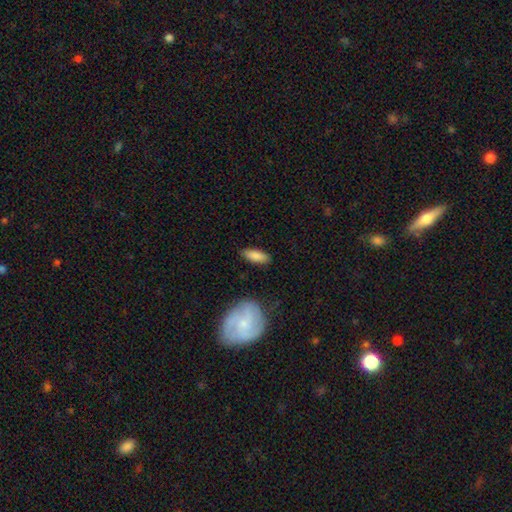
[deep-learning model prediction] This appears to be a smooth galaxy with no disk features (84%) that is in between round and cigar-shaped (73%). Merging: none (83%).